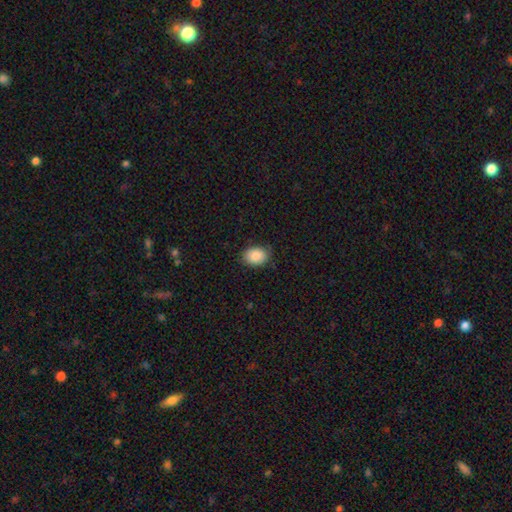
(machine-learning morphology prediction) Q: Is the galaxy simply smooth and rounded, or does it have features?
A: smooth — 88%.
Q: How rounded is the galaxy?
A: in between — 68%.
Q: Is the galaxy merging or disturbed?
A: none — 83%.